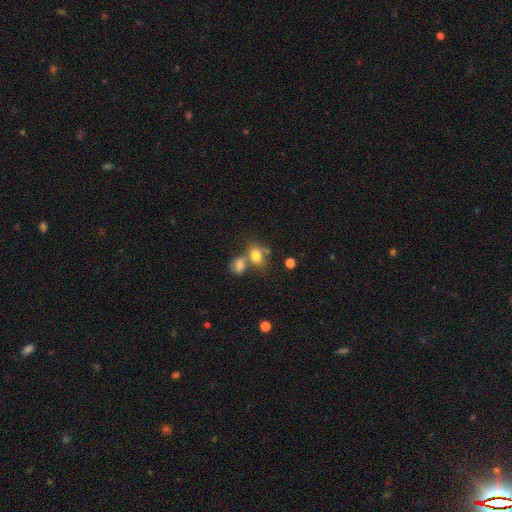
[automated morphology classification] This appears to be a smooth galaxy with no disk features (76%) that is in between round and cigar-shaped (58%). Merging: merger (47%).